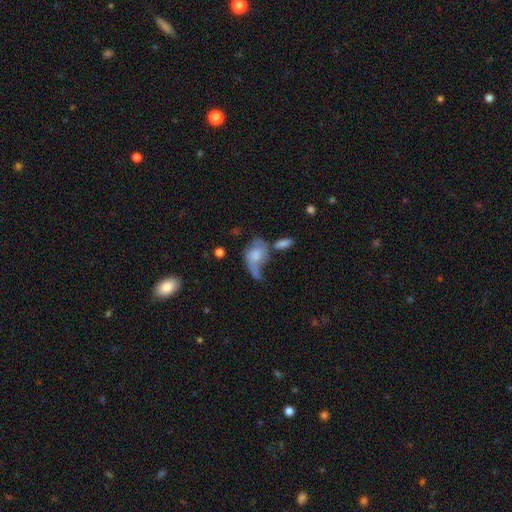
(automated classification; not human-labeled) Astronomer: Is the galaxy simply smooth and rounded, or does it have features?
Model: smooth — 56% (runner-up: featured or disk, 36%).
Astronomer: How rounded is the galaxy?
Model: in between — 78%.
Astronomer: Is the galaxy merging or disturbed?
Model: major disturbance — 37% (runner-up: merger, 22%).